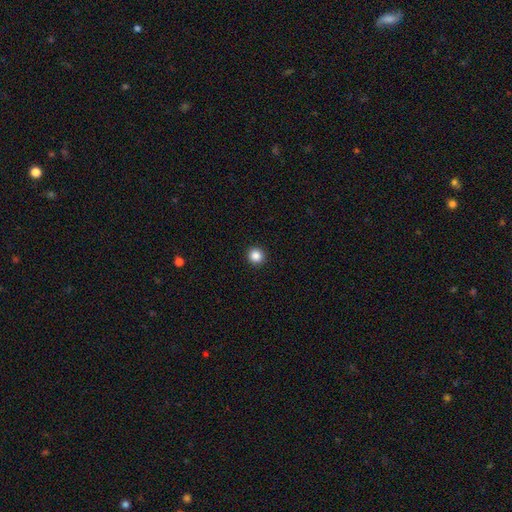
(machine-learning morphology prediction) Smooth or featured? Predicted: smooth (p=0.86). How rounded? Predicted: round (p=0.95). Merging? Predicted: none (p=0.94).